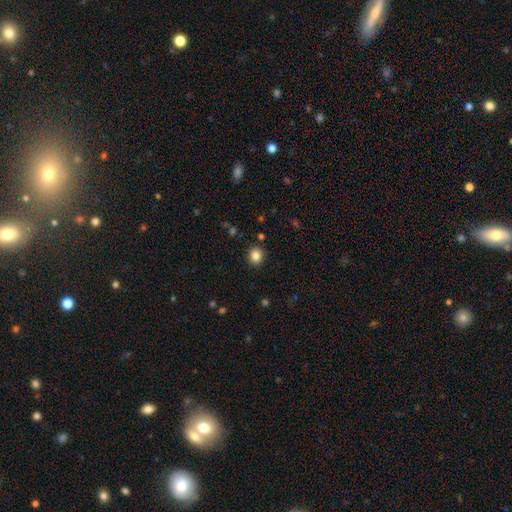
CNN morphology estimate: smooth 84%, star or artifact 11%, featured or disk 5%. Down the decision tree: how rounded — round (81%); merging — none (91%).